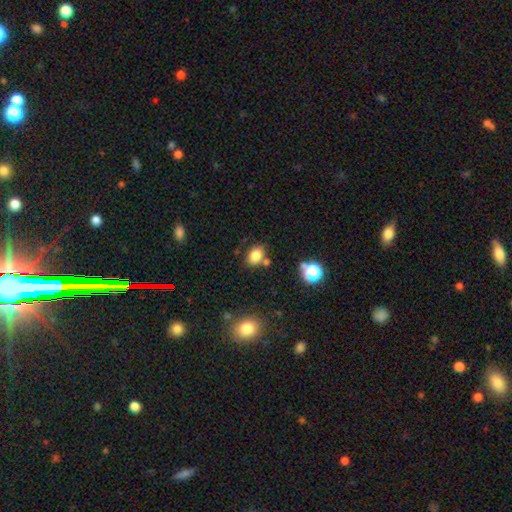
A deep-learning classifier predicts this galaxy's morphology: Smooth or featured? smooth (81%)
How rounded? in between (76%)
Merging? none (72%)